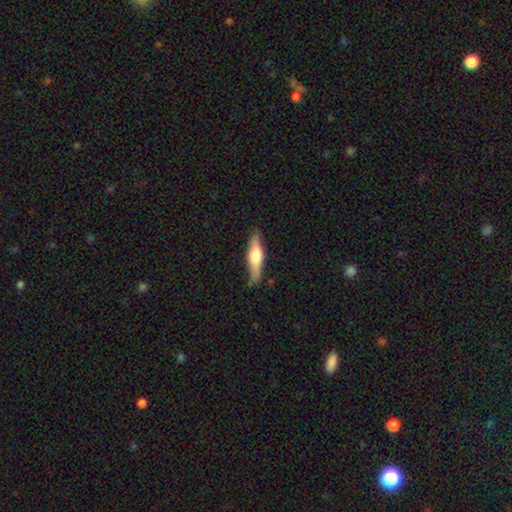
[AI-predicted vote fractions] The model was most divided on "smooth or featured": featured or disk: 53%, smooth: 41%, star or artifact: 5%. More confident: edge-on disk — yes (93%); merging — none (82%).